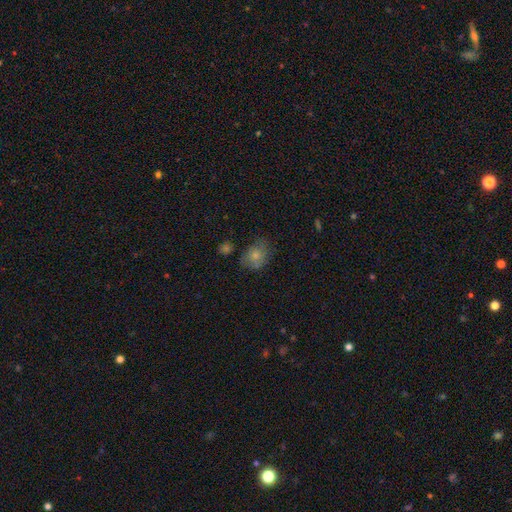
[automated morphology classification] smooth 77%, featured or disk 14%, star or artifact 9%. Down the decision tree: how rounded — in between (61%); merging — none (58%).